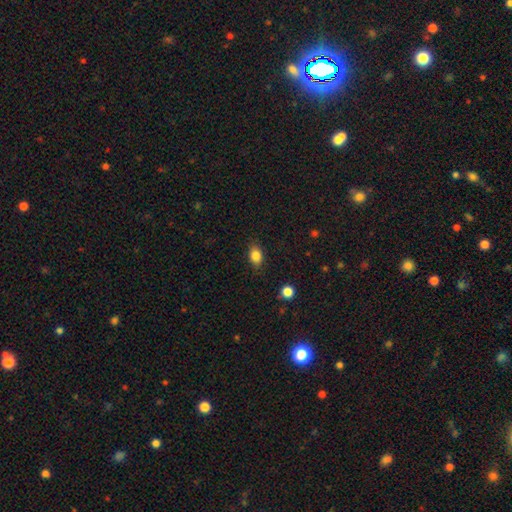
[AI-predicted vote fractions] Q: Smooth or featured?
A: smooth (84%); runner-up: star or artifact (10%)
Q: How rounded?
A: in between (78%); runner-up: round (20%)
Q: Merging?
A: none (85%); runner-up: minor disturbance (12%)